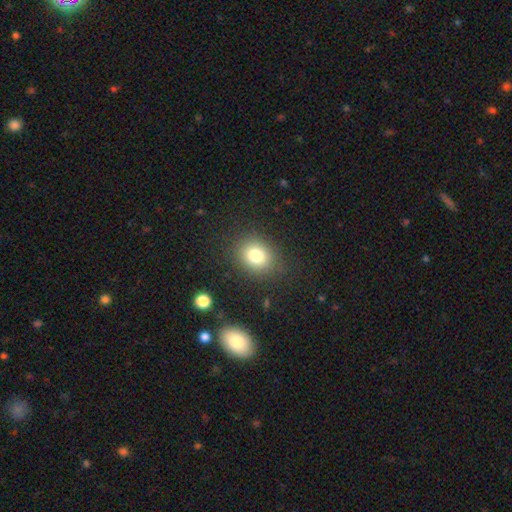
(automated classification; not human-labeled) Smooth or featured? smooth (79%)
How rounded? round (57%)
Merging? none (85%)